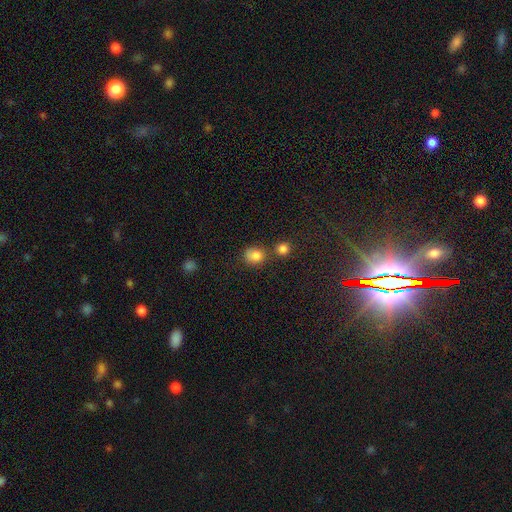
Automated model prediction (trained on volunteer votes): smooth_or_featured: smooth (p=0.81) [alt: star or artifact p=0.12]
how_rounded: round (p=0.75) [alt: in between p=0.24]
merging: none (p=0.60) [alt: merger p=0.21]